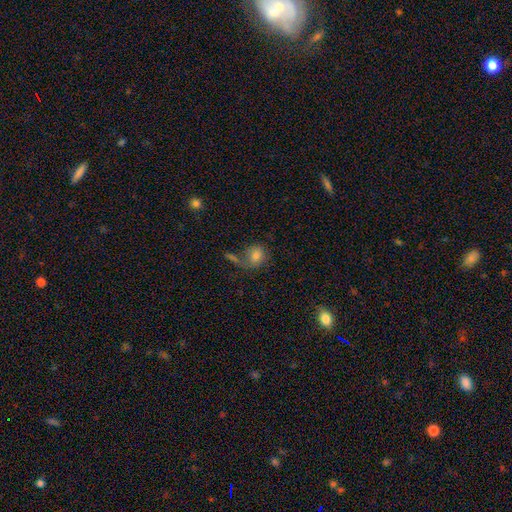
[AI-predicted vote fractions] smooth_or_featured: smooth (p=0.75) [alt: featured or disk p=0.14]
how_rounded: round (p=0.61) [alt: in between p=0.38]
merging: none (p=0.51) [alt: merger p=0.21]